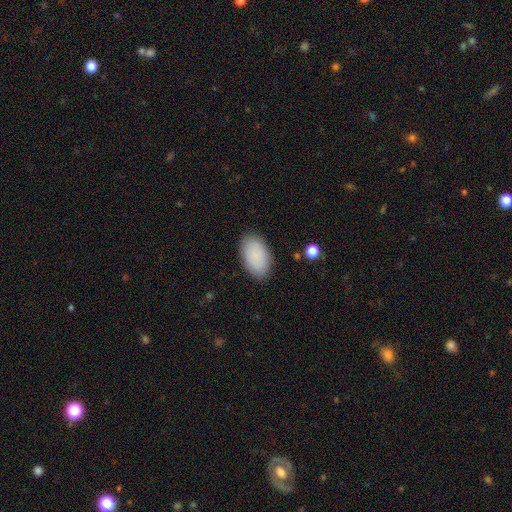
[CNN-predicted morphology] Overall: smooth (89%). How rounded: in between (95%). Merging: none (87%).